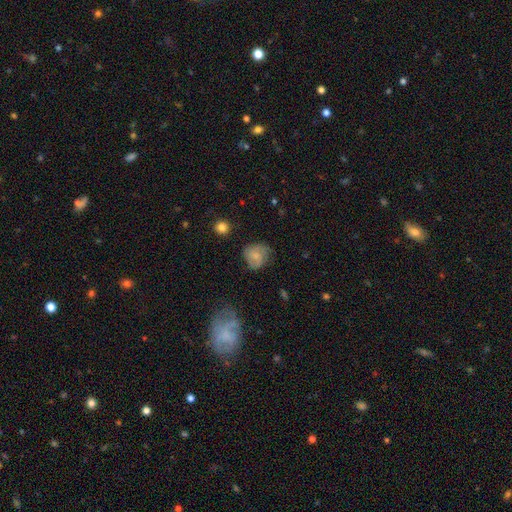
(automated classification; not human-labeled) A smooth galaxy with no disk features (52%) that is round (71%). Merging: none (62%).